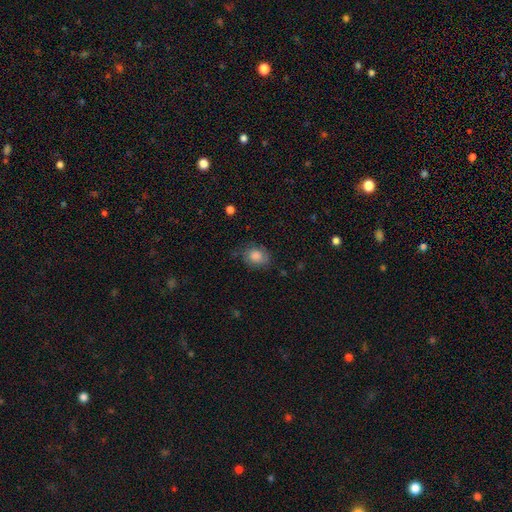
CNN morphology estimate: Overall: smooth (76%). How rounded: in between (55%; round 44%). Merging: none (70%).